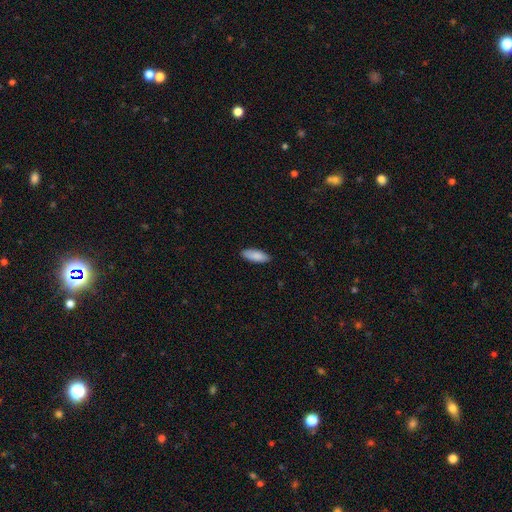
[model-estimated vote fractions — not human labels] Q: Smooth or featured?
A: smooth (89%); runner-up: featured or disk (6%)
Q: How rounded?
A: in between (70%); runner-up: cigar-shaped (28%)
Q: Merging?
A: none (89%); runner-up: minor disturbance (9%)